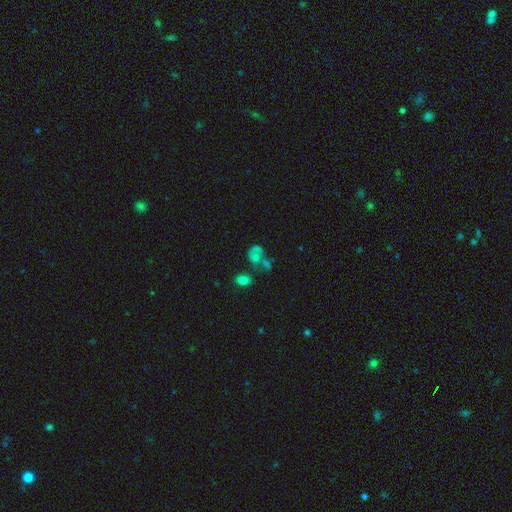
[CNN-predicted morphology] A smooth galaxy with no disk features (49%). Merging: merger (35%).